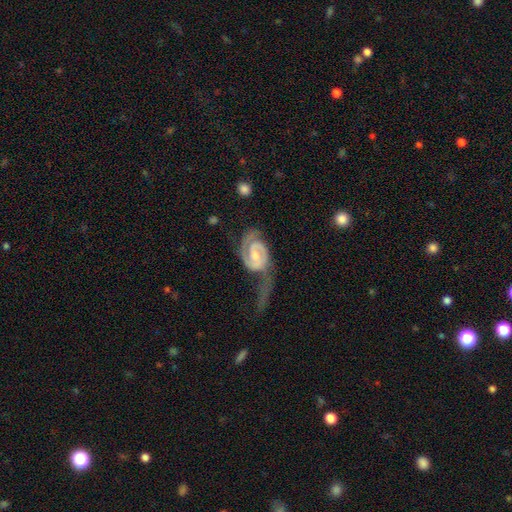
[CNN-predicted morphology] Overall: featured or disk (88%). Edge-on disk: no (98%). Bar: weak (46%; no 40%). Spiral arms: yes (97%). Spiral arm count: 2 (84%). Spiral winding: tight (44%; medium 41%). Bulge size: moderate (49%; small 40%). Merging: major disturbance (43%; none 30%).